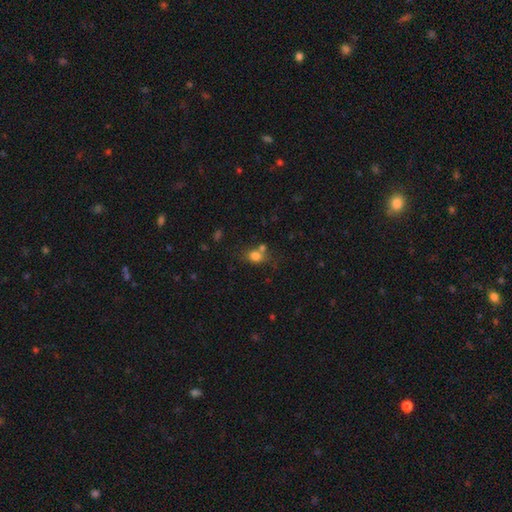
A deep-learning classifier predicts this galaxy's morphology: smooth_or_featured: smooth (p=0.77) [alt: star or artifact p=0.13]
how_rounded: in between (p=0.49) [tied with: round p=0.49]
merging: none (p=0.52) [alt: merger p=0.28]